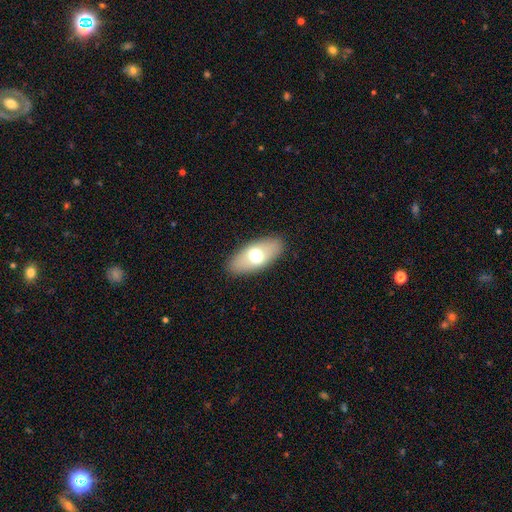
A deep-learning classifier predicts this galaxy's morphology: This is likely a smooth galaxy (64%). How rounded: clearly in between (88%). Merging: clearly none (88%).